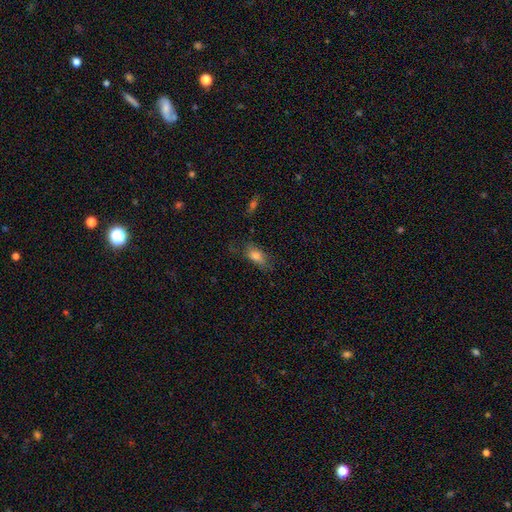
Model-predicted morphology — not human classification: This is likely a smooth galaxy (78%). How rounded: clearly in between (80%). Merging: likely none (63%).